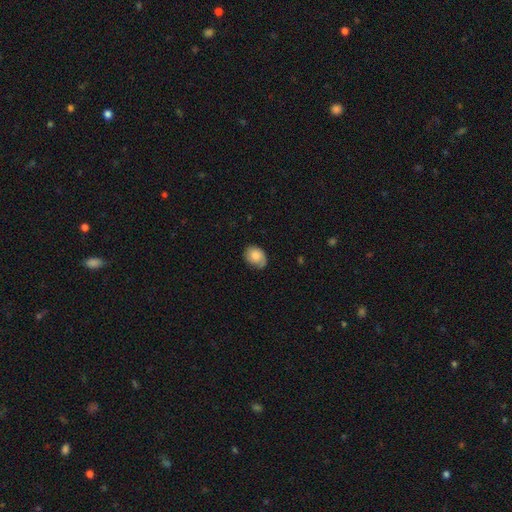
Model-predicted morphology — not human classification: Smooth or featured: smooth — 74% (featured or disk — 19%)
How rounded: in between — 61% (round — 38%)
Merging: none — 60% (minor disturbance — 30%)